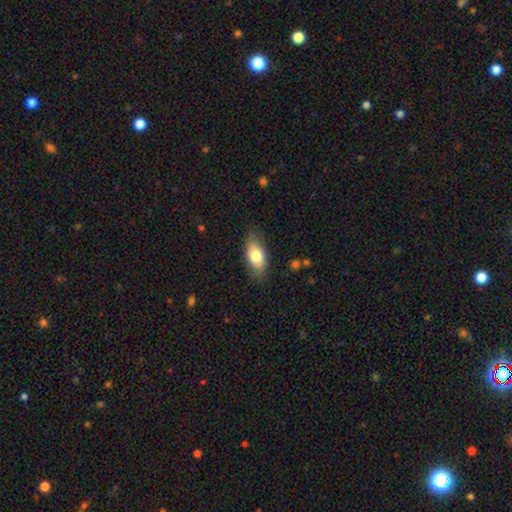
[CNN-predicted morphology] type=smooth (76%); roundness=in between (90%); merging=none (79%).